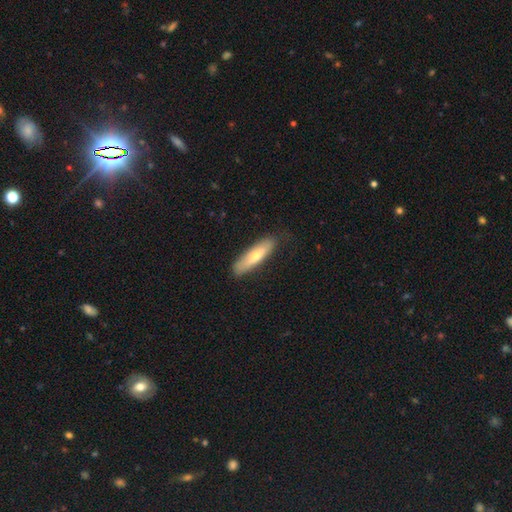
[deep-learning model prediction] Morphology: type=smooth (63%); roundness=cigar-shaped (69%); merging=none (82%).